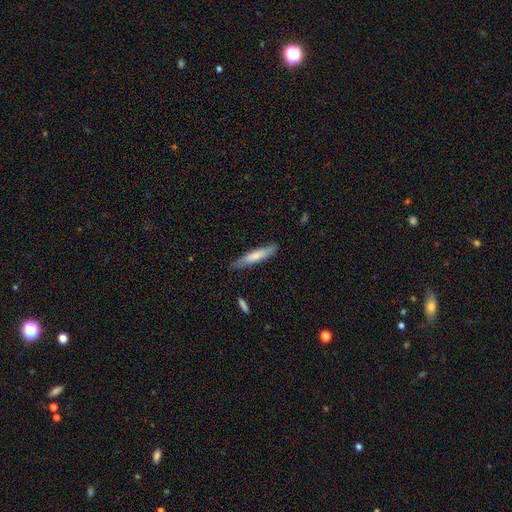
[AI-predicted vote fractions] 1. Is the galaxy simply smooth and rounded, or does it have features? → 70% smooth, 24% featured or disk, 6% star or artifact.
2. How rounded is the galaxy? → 85% cigar-shaped, 14% in between, 1% round.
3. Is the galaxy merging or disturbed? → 79% none, 16% minor disturbance, 3% major disturbance, 2% merger.